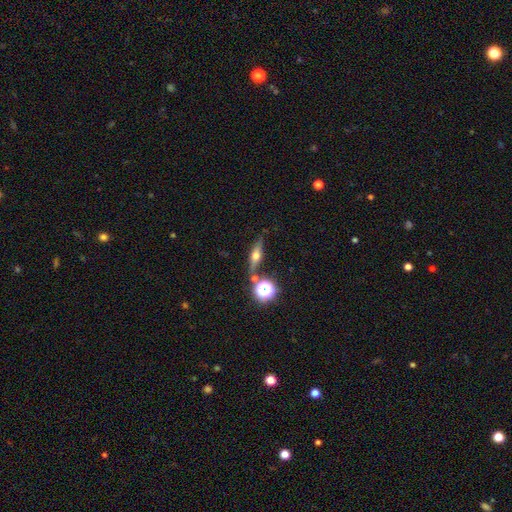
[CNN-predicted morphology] Smooth or featured: featured or disk — 52% (smooth — 34%)
Edge-on disk: yes — 88% (no — 12%)
Merging: none — 77% (minor disturbance — 12%)